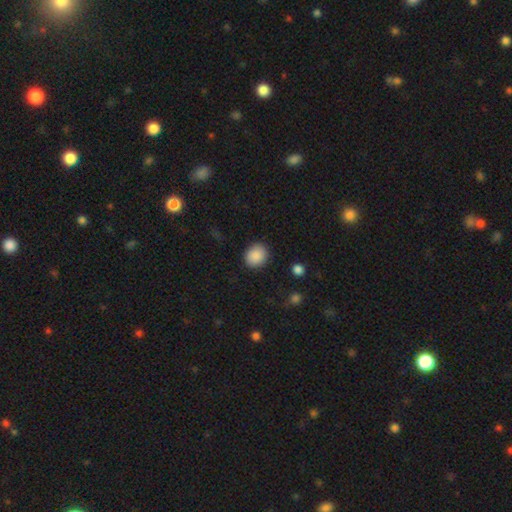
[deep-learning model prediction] A smooth galaxy with no disk features (89%) that is round (72%). Merging: none (89%).